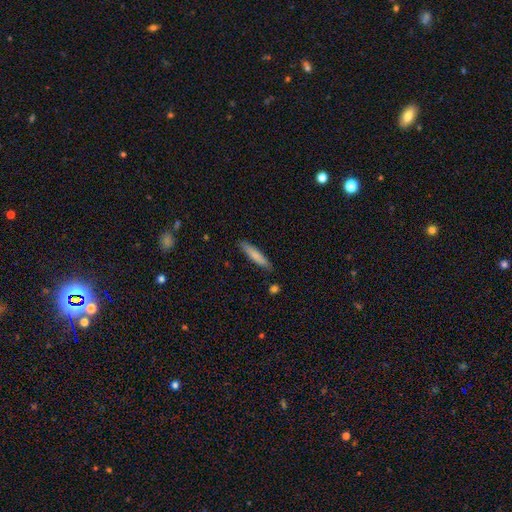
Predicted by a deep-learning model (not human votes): Smooth or featured? Predicted: smooth (p=0.78). How rounded? Predicted: cigar-shaped (p=0.86). Merging? Predicted: none (p=0.86).